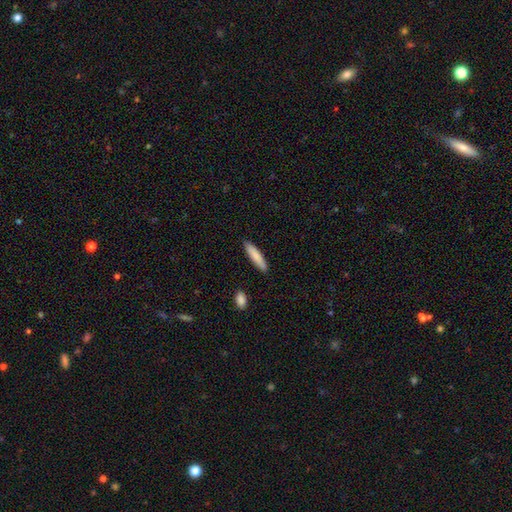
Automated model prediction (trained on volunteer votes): smooth_or_featured: smooth (p=0.83) [alt: featured or disk p=0.11]
how_rounded: cigar-shaped (p=0.80) [alt: in between p=0.18]
merging: none (p=0.89) [alt: minor disturbance p=0.08]